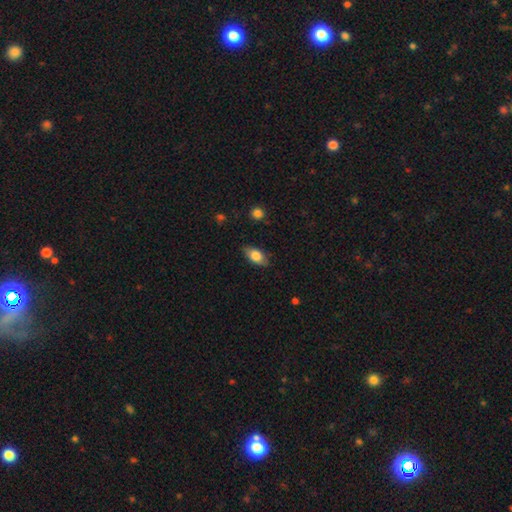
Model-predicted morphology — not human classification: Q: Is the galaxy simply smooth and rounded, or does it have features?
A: smooth — 77%.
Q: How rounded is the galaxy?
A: in between — 88%.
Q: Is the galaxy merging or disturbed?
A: none — 83%.